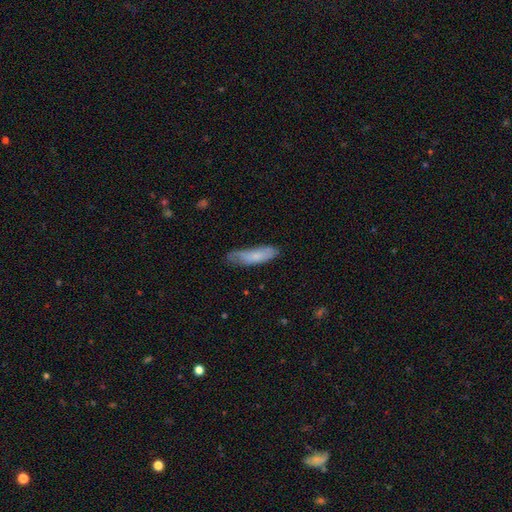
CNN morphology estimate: Q: Smooth or featured?
A: smooth (72%); runner-up: featured or disk (22%)
Q: How rounded?
A: cigar-shaped (58%); runner-up: in between (41%)
Q: Merging?
A: none (56%); runner-up: minor disturbance (32%)